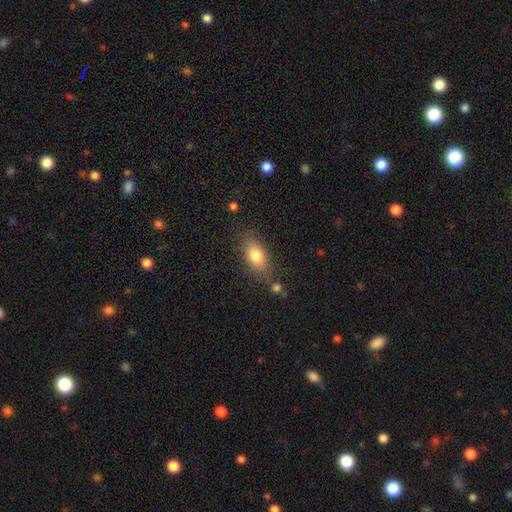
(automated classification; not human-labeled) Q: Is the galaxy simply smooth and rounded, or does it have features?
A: smooth — 81%.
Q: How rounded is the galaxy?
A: in between — 84%.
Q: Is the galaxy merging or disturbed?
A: none — 72%.